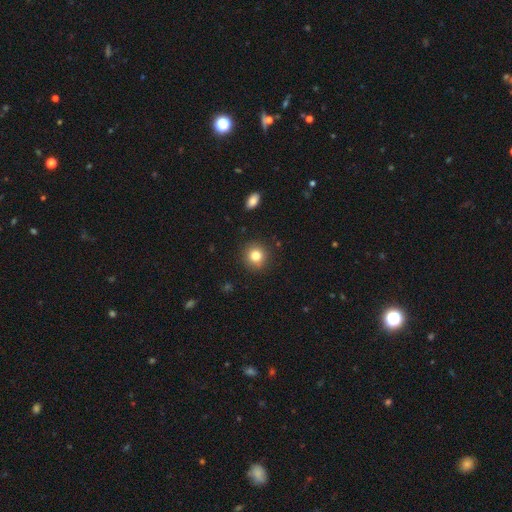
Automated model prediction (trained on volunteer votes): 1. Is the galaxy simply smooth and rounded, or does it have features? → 82% smooth, 11% star or artifact, 7% featured or disk.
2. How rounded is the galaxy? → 90% round, 9% in between, 1% cigar-shaped.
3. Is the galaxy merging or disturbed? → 89% none, 7% minor disturbance, 2% major disturbance, 1% merger.